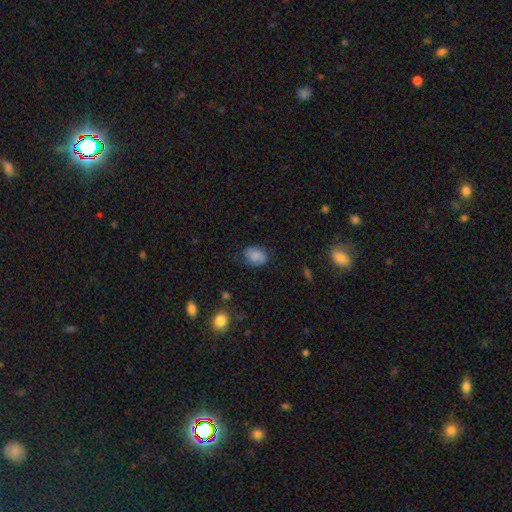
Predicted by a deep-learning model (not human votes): smooth 81%, featured or disk 11%, star or artifact 8%. Down the decision tree: how rounded — in between (64%); merging — none (68%).